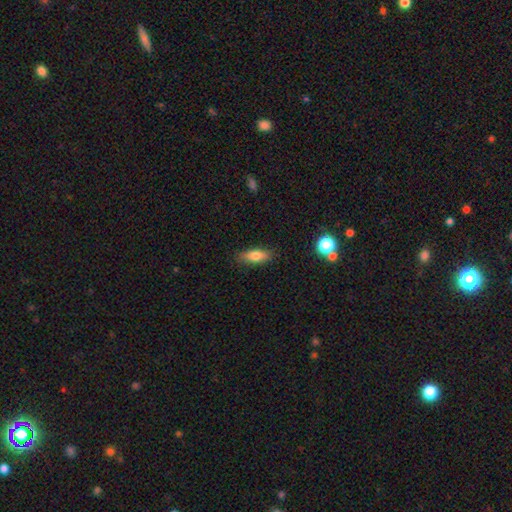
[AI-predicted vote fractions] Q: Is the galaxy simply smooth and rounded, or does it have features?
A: smooth — 74%.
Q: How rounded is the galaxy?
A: in between — 66%.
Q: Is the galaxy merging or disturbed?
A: none — 85%.